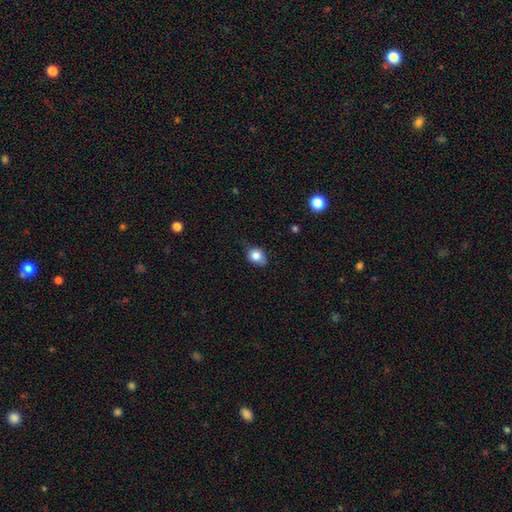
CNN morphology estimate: smooth-or-featured: smooth: 81% | star or artifact: 9% | featured or disk: 9%
  how-rounded: in between: 54% | round: 45% | cigar-shaped: 1%
  merging: none: 67% | minor disturbance: 27% | major disturbance: 5% | merger: 1%